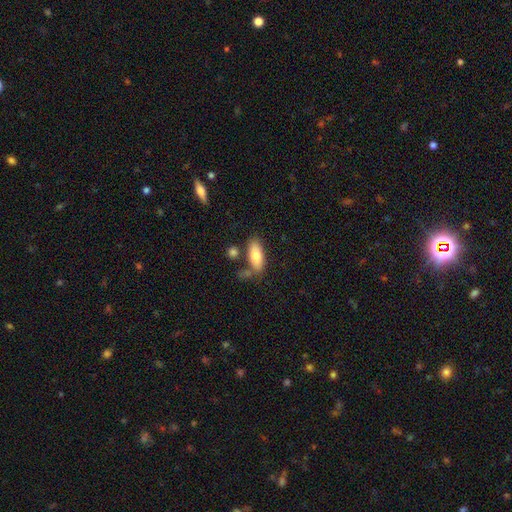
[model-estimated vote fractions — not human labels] smooth 79%, featured or disk 14%, star or artifact 6%. Down the decision tree: how rounded — in between (76%); merging — none (68%).